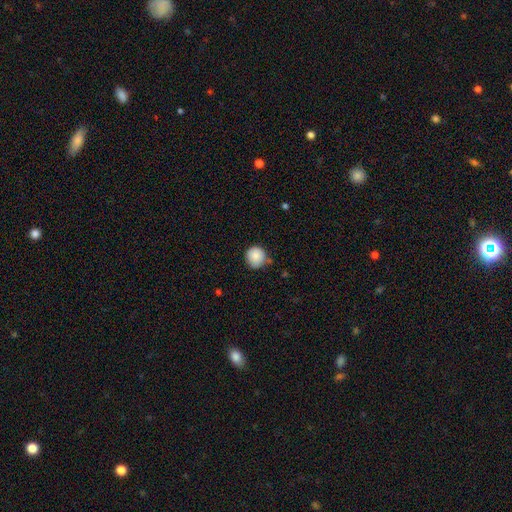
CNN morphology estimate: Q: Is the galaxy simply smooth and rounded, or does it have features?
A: smooth — 86%.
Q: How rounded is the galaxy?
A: round — 92%.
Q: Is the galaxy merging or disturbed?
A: none — 73%.